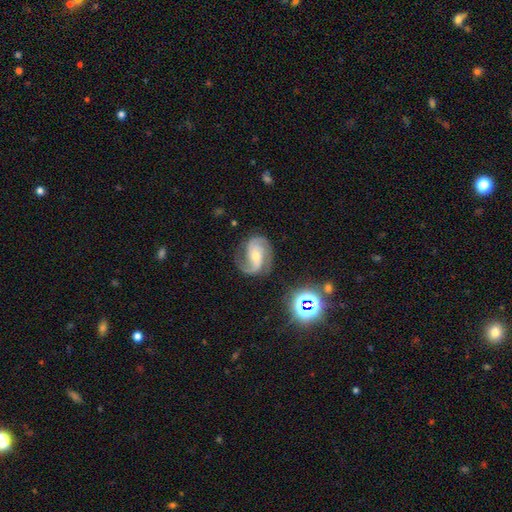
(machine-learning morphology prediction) Overall: featured or disk (87%). Edge-on disk: no (98%). Bar: no (45%; weak 37%). Spiral arms: yes (97%). Spiral arm count: 2 (72%). Spiral winding: medium (52%; loose 25%). Bulge size: moderate (49%; small 45%). Merging: none (68%).